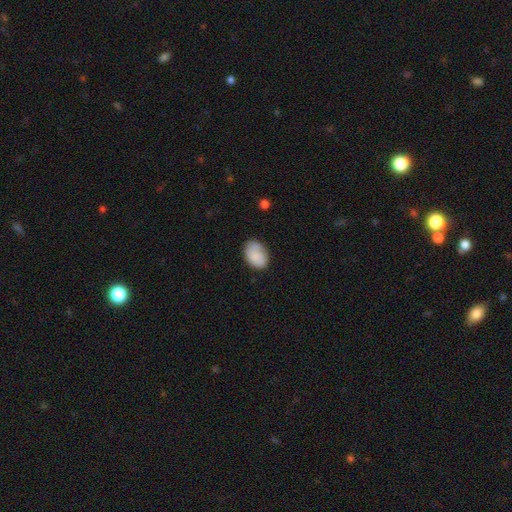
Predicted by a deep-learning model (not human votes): smooth 83%, featured or disk 10%, star or artifact 7%. Down the decision tree: how rounded — in between (85%); merging — none (69%).